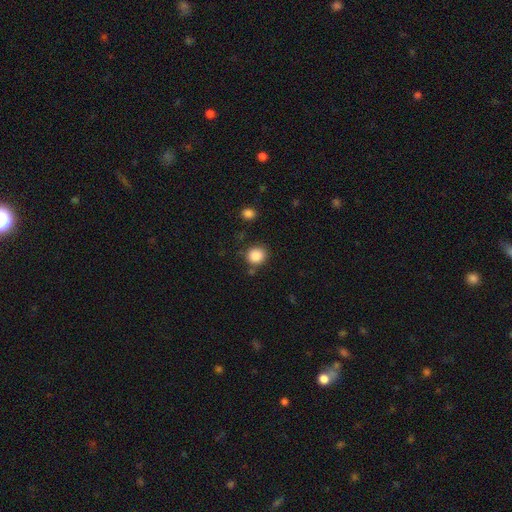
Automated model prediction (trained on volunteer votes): Morphology: type=smooth (87%); roundness=round (85%); merging=none (80%).